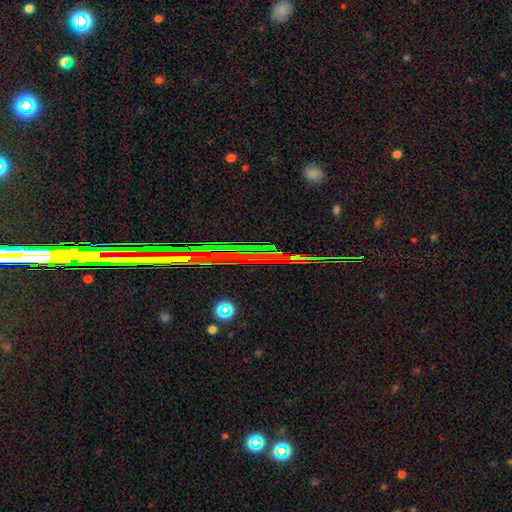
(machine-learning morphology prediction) Smooth or featured?
  - star or artifact: 78% *
  - featured or disk: 12%
  - smooth: 9%